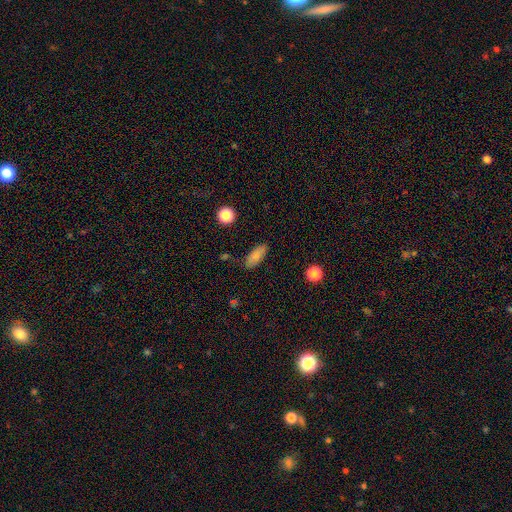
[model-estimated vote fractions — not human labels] This is clearly a smooth galaxy (83%). How rounded: likely in between (78%). Merging: clearly none (81%).